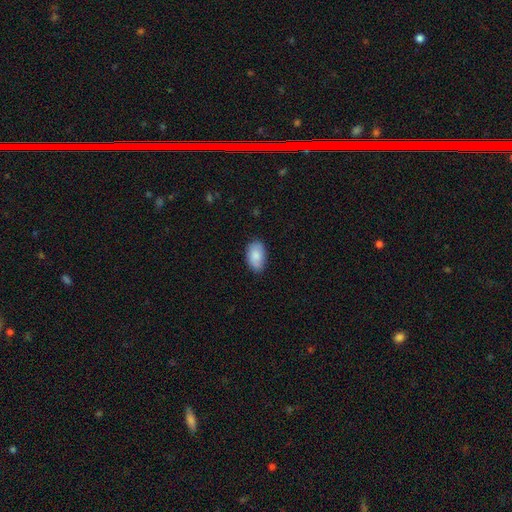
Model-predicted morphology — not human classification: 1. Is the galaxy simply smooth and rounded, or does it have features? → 84% smooth, 10% featured or disk, 6% star or artifact.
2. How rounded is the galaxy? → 93% in between, 6% round, 1% cigar-shaped.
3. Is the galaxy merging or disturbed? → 77% none, 19% minor disturbance, 3% major disturbance, 1% merger.